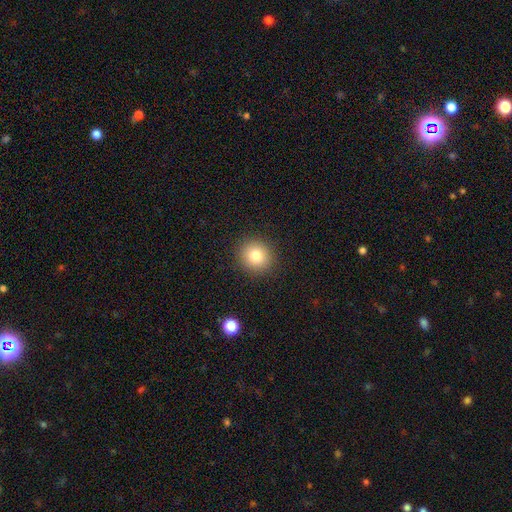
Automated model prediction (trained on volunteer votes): This appears to be a smooth galaxy with no disk features (81%) that is round (90%). Merging: none (91%).